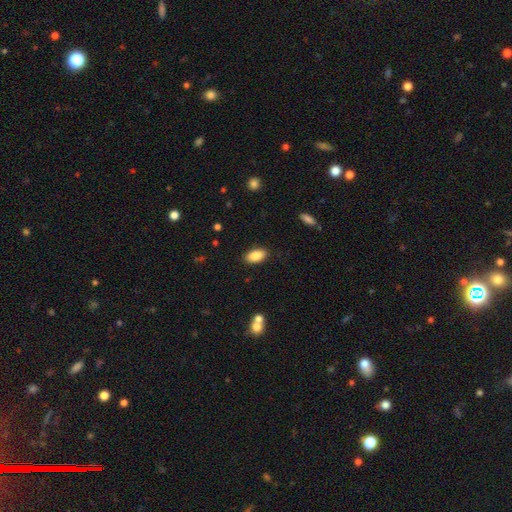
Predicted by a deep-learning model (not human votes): Smooth or featured?
  - smooth: 87% *
  - star or artifact: 7%
  - featured or disk: 6%
How rounded?
  - in between: 92% *
  - cigar-shaped: 4%
  - round: 3%
Merging?
  - none: 88% *
  - minor disturbance: 8%
  - major disturbance: 2%
  - merger: 1%